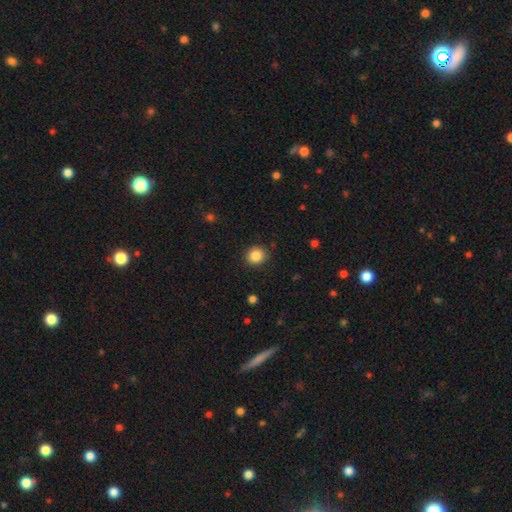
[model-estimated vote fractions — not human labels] Morphology: type=smooth (86%); roundness=round (84%); merging=none (89%).